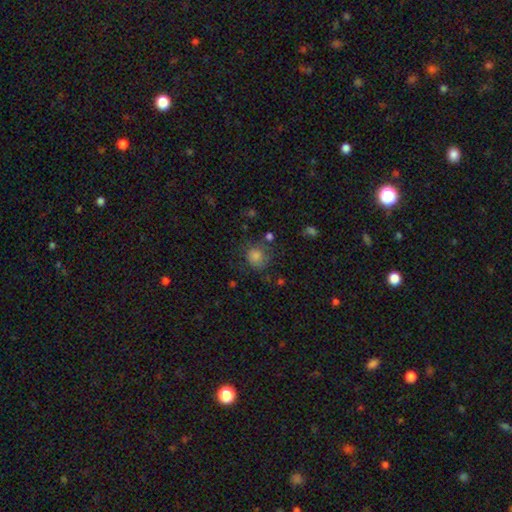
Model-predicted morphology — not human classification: Q: Smooth or featured?
A: smooth (78%); runner-up: star or artifact (14%)
Q: How rounded?
A: round (81%); runner-up: in between (18%)
Q: Merging?
A: none (66%); runner-up: minor disturbance (20%)